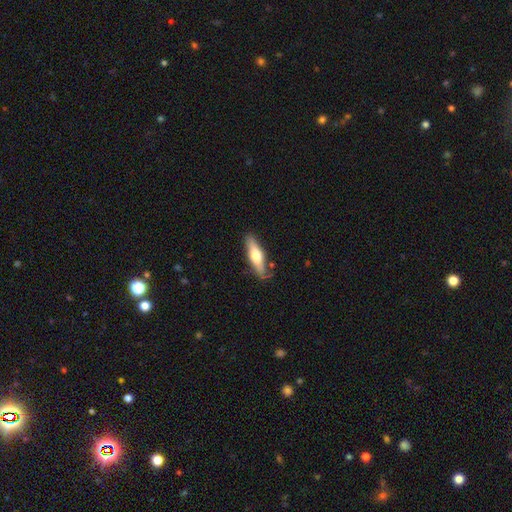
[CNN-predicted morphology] smooth 52%, featured or disk 42%, star or artifact 5%. Down the decision tree: how rounded — cigar-shaped (66%); merging — none (79%).